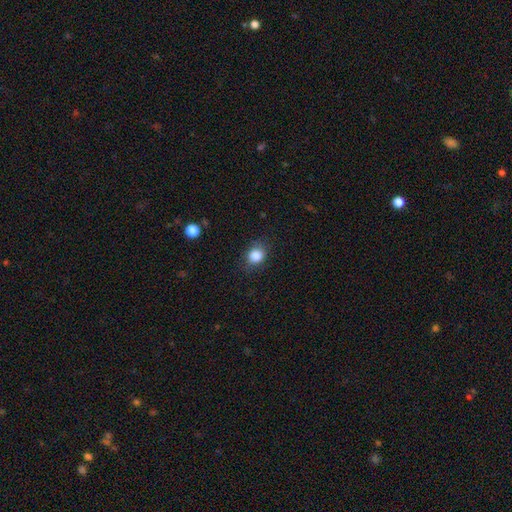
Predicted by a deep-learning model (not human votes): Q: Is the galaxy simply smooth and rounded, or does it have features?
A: smooth — 85%.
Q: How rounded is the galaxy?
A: round — 60%.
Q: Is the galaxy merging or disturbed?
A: none — 81%.